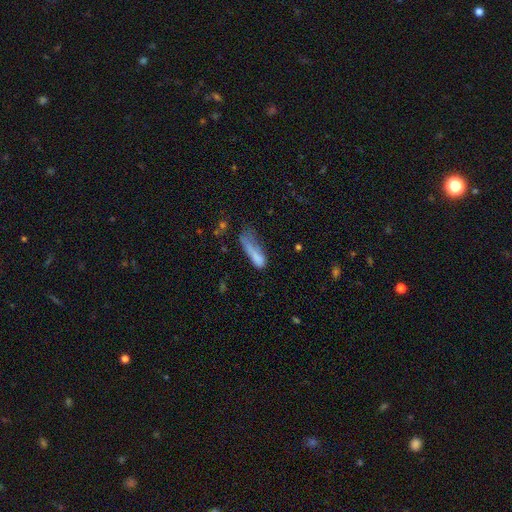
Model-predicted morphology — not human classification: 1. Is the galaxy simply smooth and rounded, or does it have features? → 69% smooth, 20% featured or disk, 11% star or artifact.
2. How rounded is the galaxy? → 55% cigar-shaped, 42% in between, 3% round.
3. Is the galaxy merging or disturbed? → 45% major disturbance, 24% minor disturbance, 20% none, 10% merger.